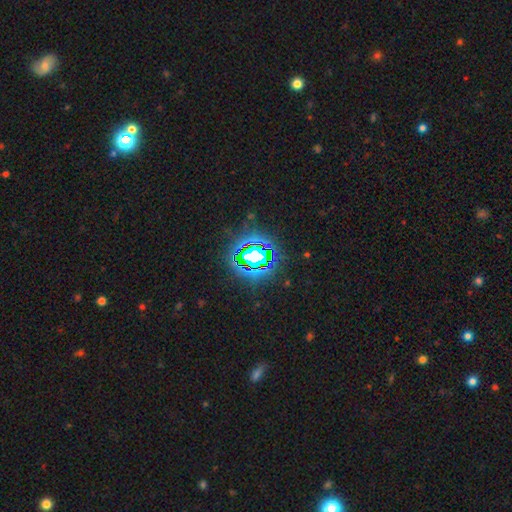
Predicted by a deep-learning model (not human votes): Smooth or featured? Predicted: star or artifact (p=0.76).